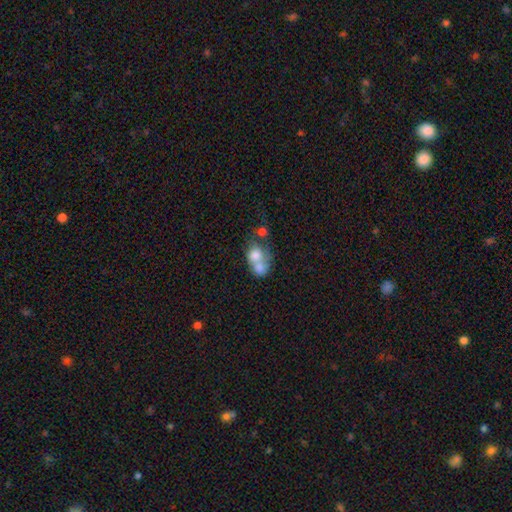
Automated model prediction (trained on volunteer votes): Overall: smooth (71%). How rounded: round (61%; in between 38%). Merging: merger (72%).